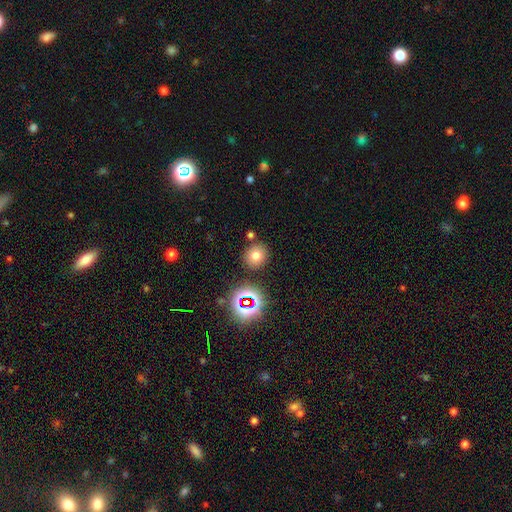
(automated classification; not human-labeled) smooth-or-featured: smooth: 69% | star or artifact: 21% | featured or disk: 11%
  how-rounded: round: 88% | in between: 11% | cigar-shaped: 1%
  merging: none: 83% | minor disturbance: 8% | merger: 6% | major disturbance: 3%